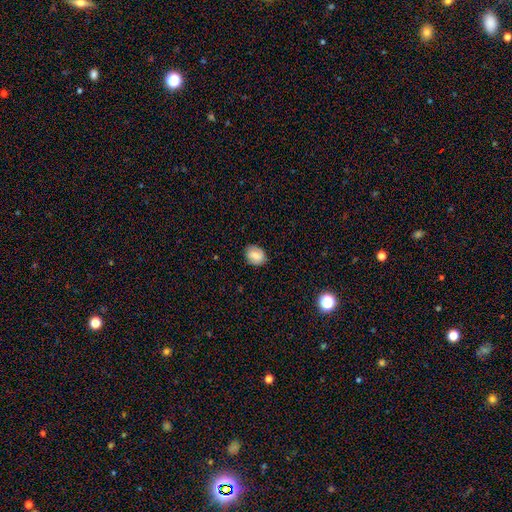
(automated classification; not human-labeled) Smooth or featured? Predicted: smooth (p=0.75). How rounded? Predicted: in between (p=0.53). Merging? Predicted: none (p=0.85).